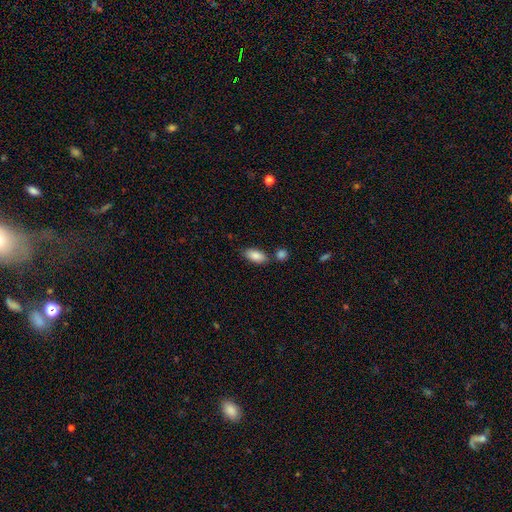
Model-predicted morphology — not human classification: smooth_or_featured: smooth (p=0.86) [alt: featured or disk p=0.07]
how_rounded: in between (p=0.90) [alt: cigar-shaped p=0.07]
merging: none (p=0.74) [alt: minor disturbance p=0.13]